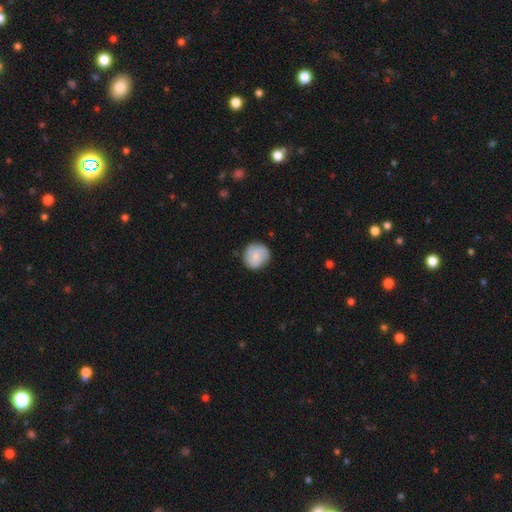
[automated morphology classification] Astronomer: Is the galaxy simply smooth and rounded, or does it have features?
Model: smooth — 66%.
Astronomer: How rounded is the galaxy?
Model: round — 90%.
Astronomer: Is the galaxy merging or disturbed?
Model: none — 80%.